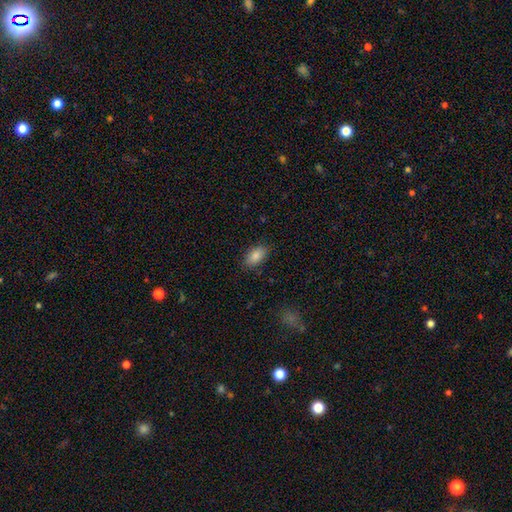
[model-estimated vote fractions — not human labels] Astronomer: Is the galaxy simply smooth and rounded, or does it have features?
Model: smooth — 87%.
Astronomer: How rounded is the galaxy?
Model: in between — 92%.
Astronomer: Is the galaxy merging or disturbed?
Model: none — 85%.